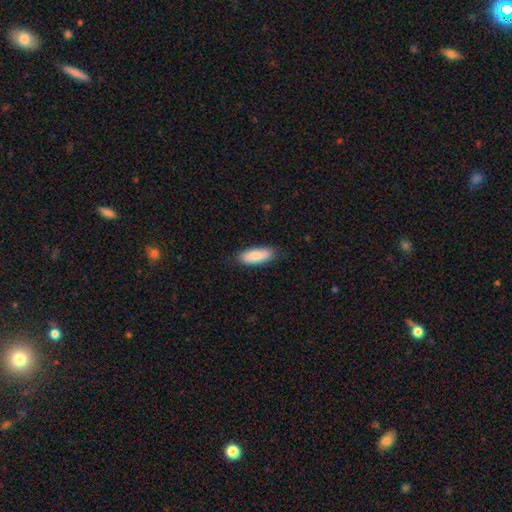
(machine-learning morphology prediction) This is clearly a smooth galaxy (87%). How rounded: likely in between (70%). Merging: clearly none (83%).